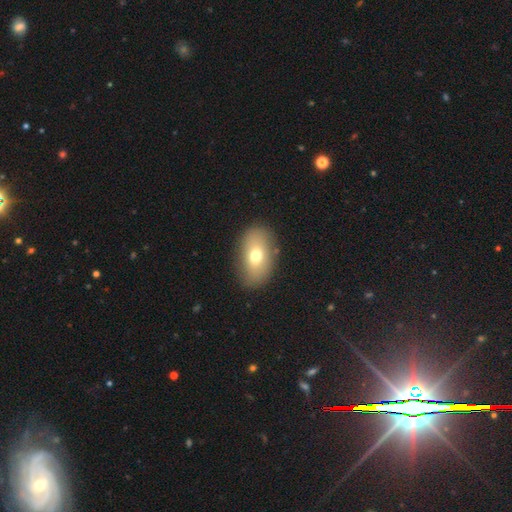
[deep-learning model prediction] smooth_or_featured: smooth (p=0.70) [alt: featured or disk p=0.21]
how_rounded: in between (p=0.89) [alt: round p=0.09]
merging: none (p=0.84) [alt: minor disturbance p=0.11]